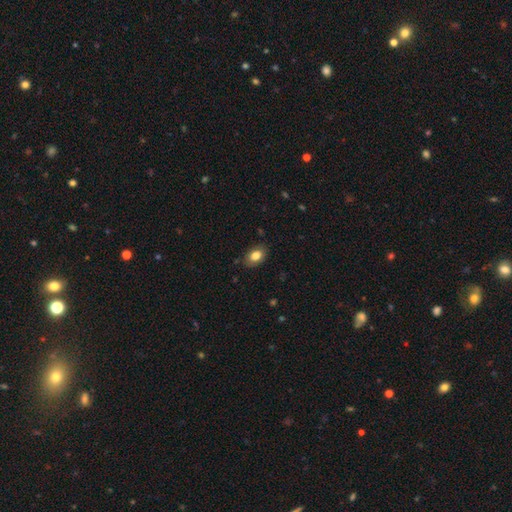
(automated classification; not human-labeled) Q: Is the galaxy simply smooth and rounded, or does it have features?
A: smooth — 81%.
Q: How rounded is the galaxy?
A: in between — 85%.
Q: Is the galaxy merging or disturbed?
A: none — 82%.